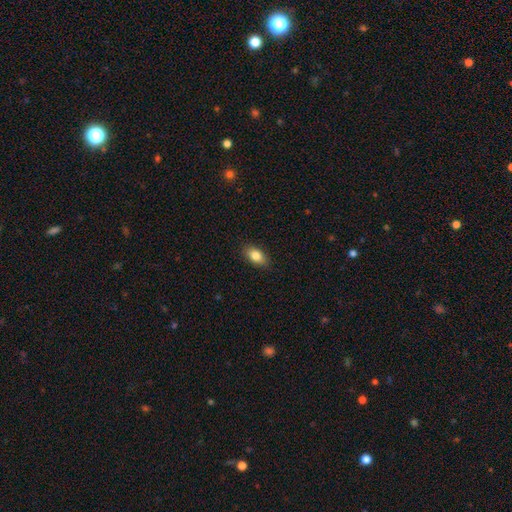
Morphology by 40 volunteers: Smooth or featured: smooth — 88% (featured or disk — 8%)
How rounded: in between — 80% (round — 20%)
Merging: none — 79% (minor disturbance — 16%)